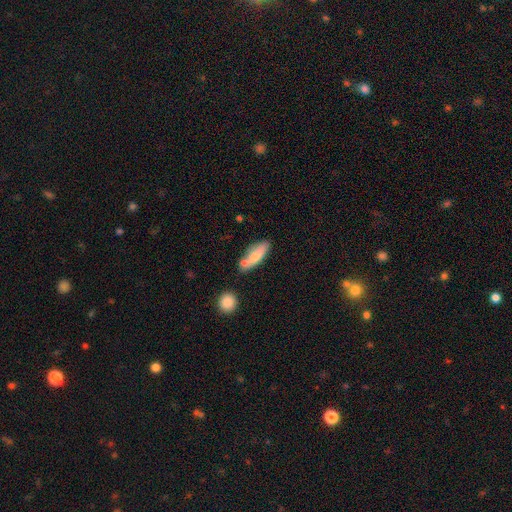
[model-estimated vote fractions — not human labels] This is likely a smooth galaxy (72%). How rounded: possibly in between (53%). Merging: possibly none (58%).